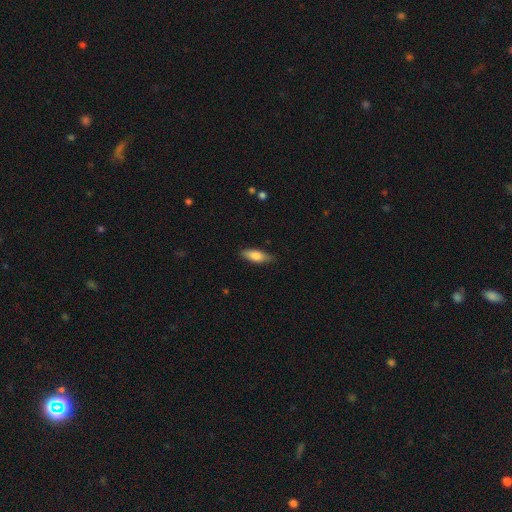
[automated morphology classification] A smooth galaxy with no disk features (73%) that is in between round and cigar-shaped (62%).

Vote fractions:
- Smooth or featured? smooth: 73% / featured or disk: 21% / star or artifact: 6%
- How rounded? in between: 62% / cigar-shaped: 36% / round: 2%
- Merging? none: 83% / minor disturbance: 14% / major disturbance: 2% / merger: 1%